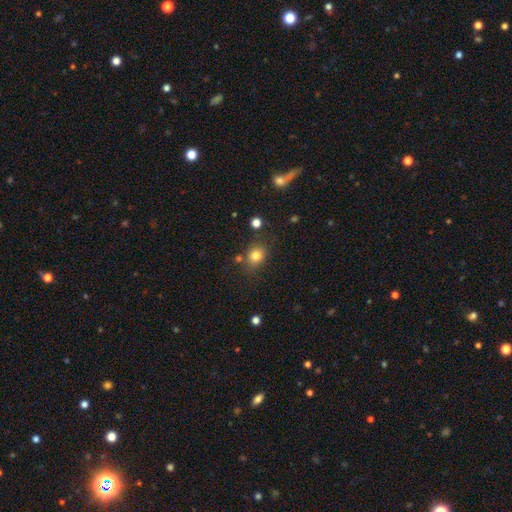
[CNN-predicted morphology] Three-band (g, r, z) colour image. It shows a smooth galaxy with no disk features (80%) that is round (66%). Merging: none (74%).